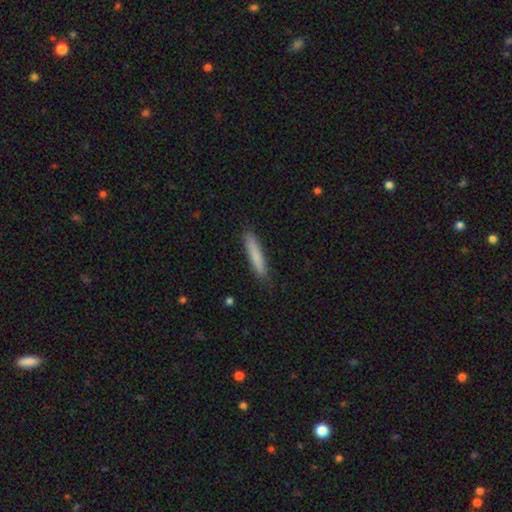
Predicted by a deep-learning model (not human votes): The model was most divided on "smooth or featured": smooth: 80%, featured or disk: 14%, star or artifact: 6%. More confident: how rounded — cigar-shaped (93%); merging — none (88%).